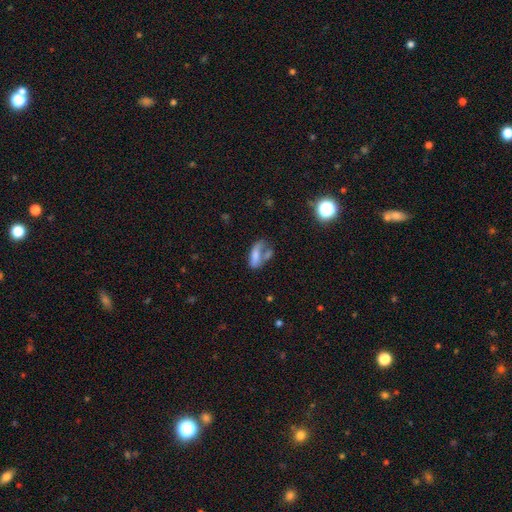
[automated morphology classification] A smooth galaxy with no disk features (66%) that is in between round and cigar-shaped (68%).

Vote fractions:
- Smooth or featured? smooth: 66% / featured or disk: 24% / star or artifact: 11%
- How rounded? in between: 68% / cigar-shaped: 27% / round: 4%
- Merging? merger: 37% / none: 30% / major disturbance: 17% / minor disturbance: 17%